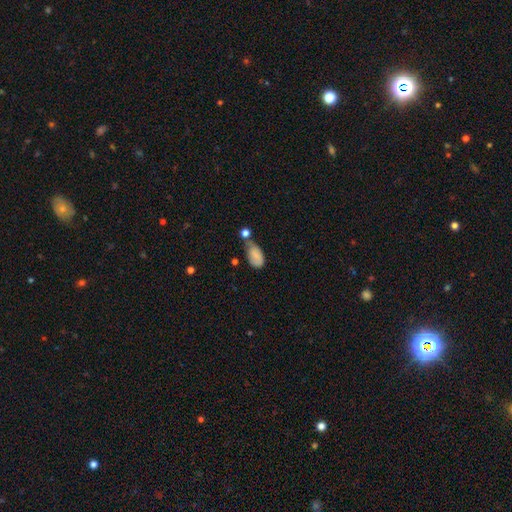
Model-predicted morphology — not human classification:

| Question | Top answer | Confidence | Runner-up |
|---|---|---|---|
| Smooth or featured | smooth | 78% | featured or disk (14%) |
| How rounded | in between | 92% | round (5%) |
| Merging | none | 34% | minor disturbance (30%) |